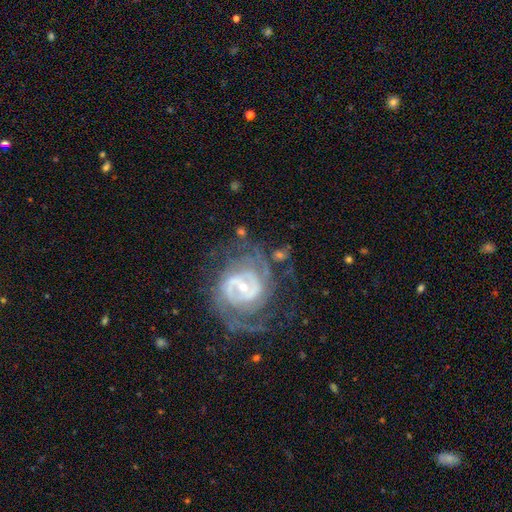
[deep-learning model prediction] smooth_or_featured: featured or disk (p=0.84) [alt: star or artifact p=0.10]
disk_edge_on: no (p=0.97) [alt: yes p=0.03]
bar: weak (p=0.45) [alt: no p=0.31]
has_spiral_arms: yes (p=0.94) [alt: no p=0.06]
spiral_winding: tight (p=0.58) [alt: medium p=0.33]
spiral_arm_count: 2 (p=0.53) [alt: can't tell p=0.20]
bulge_size: small (p=0.64) [alt: moderate p=0.29]
merging: none (p=0.71) [alt: minor disturbance p=0.15]